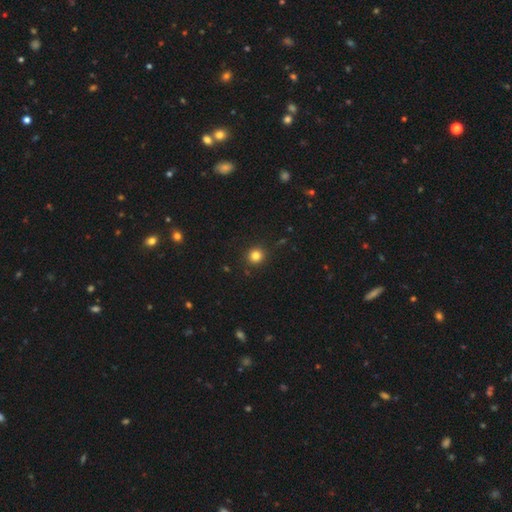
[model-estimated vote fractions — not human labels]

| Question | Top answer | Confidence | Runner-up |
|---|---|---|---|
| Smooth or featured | smooth | 82% | star or artifact (13%) |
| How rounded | round | 92% | in between (7%) |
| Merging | none | 91% | minor disturbance (6%) |